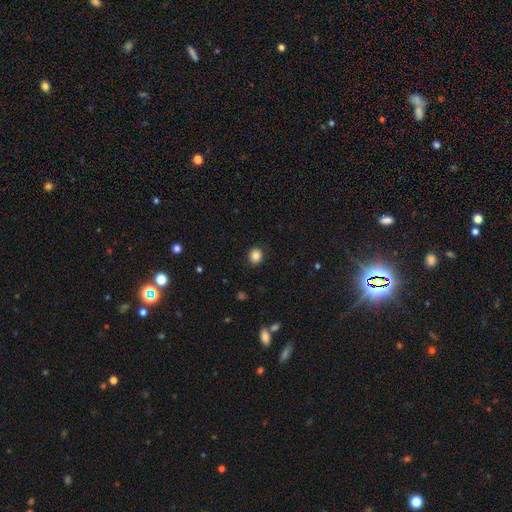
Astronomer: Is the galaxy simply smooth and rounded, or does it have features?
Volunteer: smooth — 95%.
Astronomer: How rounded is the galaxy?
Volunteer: round — 69%.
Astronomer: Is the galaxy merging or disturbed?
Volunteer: none — 89%.